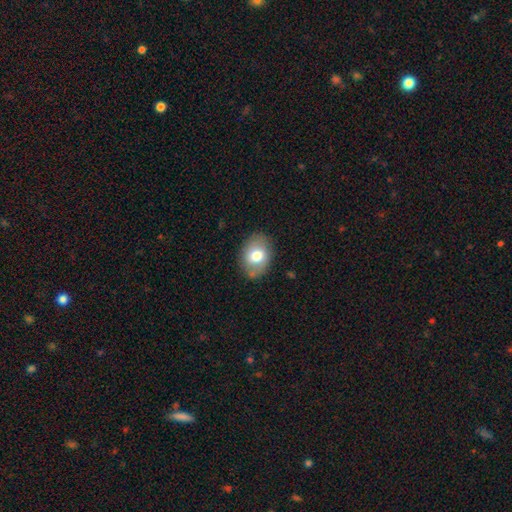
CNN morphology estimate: A smooth galaxy with no disk features (74%) that is in between round and cigar-shaped (68%).

Vote fractions:
- Smooth or featured? smooth: 74% / featured or disk: 18% / star or artifact: 8%
- How rounded? in between: 68% / round: 31% / cigar-shaped: 1%
- Merging? none: 83% / minor disturbance: 13% / major disturbance: 3% / merger: 1%